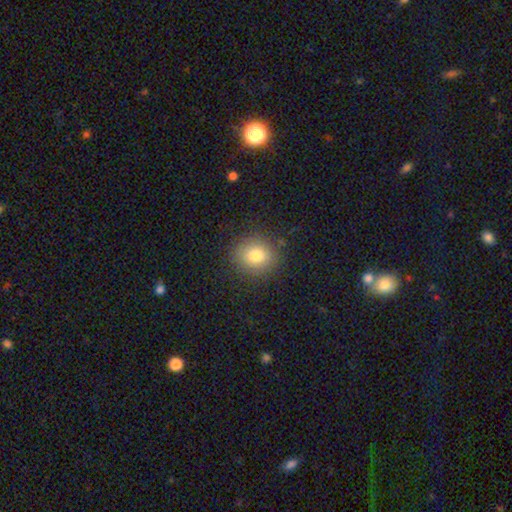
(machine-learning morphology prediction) A smooth galaxy with no disk features (77%) that is round (75%). Merging: none (86%).